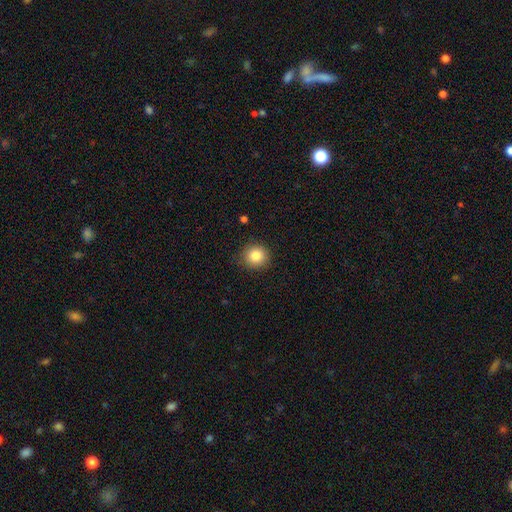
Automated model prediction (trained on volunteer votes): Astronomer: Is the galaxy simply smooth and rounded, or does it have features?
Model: smooth — 83%.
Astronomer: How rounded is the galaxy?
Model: round — 90%.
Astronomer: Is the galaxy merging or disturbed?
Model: none — 89%.